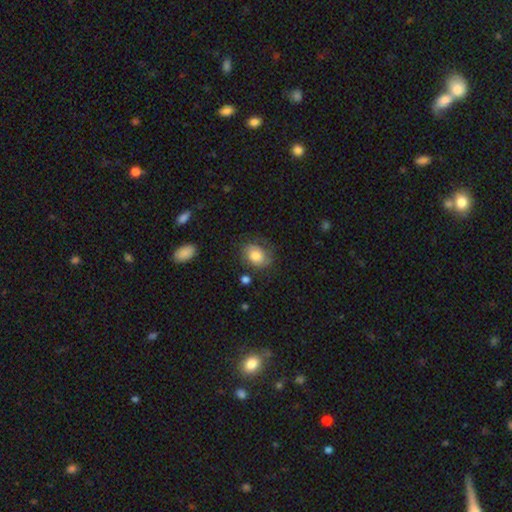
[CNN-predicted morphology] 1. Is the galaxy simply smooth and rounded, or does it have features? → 60% smooth, 32% featured or disk, 8% star or artifact.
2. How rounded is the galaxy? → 58% in between, 41% round, 1% cigar-shaped.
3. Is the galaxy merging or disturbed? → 64% none, 22% minor disturbance, 11% major disturbance, 3% merger.